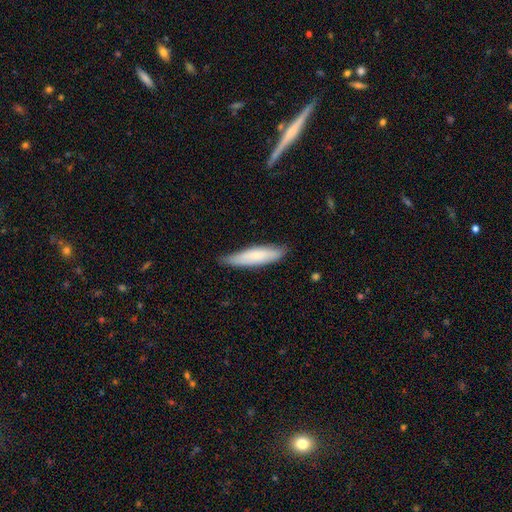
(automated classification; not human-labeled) Smooth or featured? smooth (69%)
How rounded? cigar-shaped (75%)
Merging? none (76%)